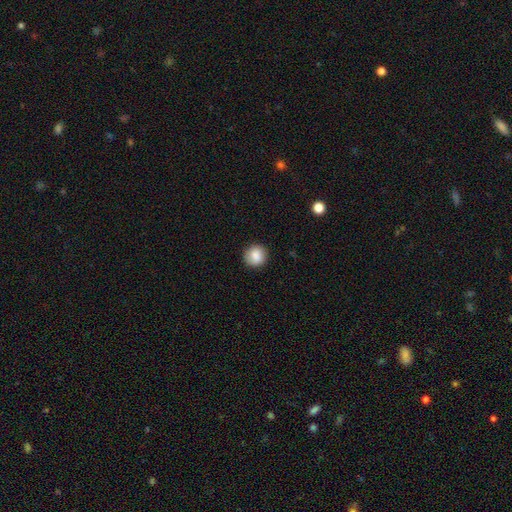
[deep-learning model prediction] This is clearly a smooth galaxy (86%). How rounded: clearly round (88%). Merging: clearly none (88%).